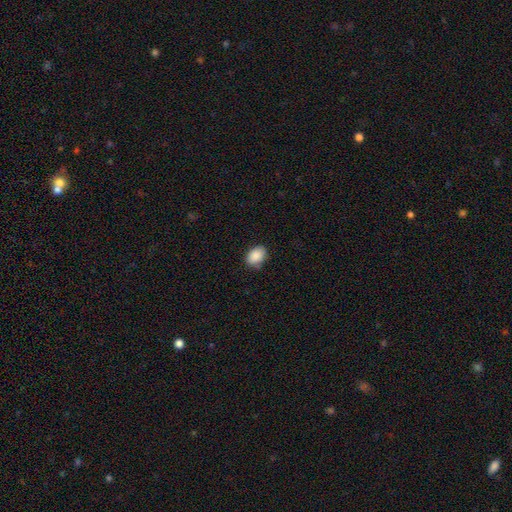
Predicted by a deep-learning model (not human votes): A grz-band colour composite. It shows a smooth galaxy with no disk features (89%) that is in between round and cigar-shaped (78%). Merging: none (81%).